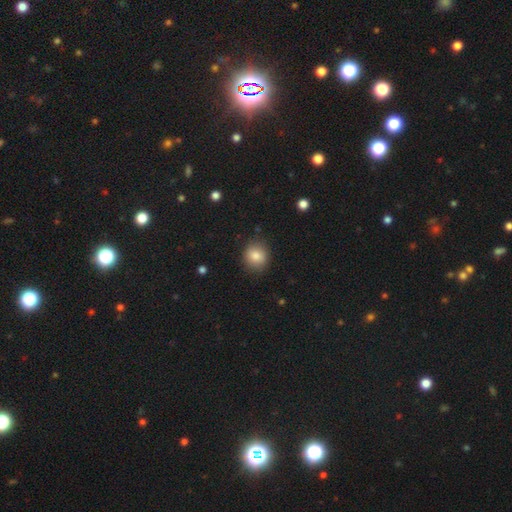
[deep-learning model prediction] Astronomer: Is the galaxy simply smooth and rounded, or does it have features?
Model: smooth — 83%.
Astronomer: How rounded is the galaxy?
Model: round — 81%.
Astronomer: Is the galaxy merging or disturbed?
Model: none — 86%.